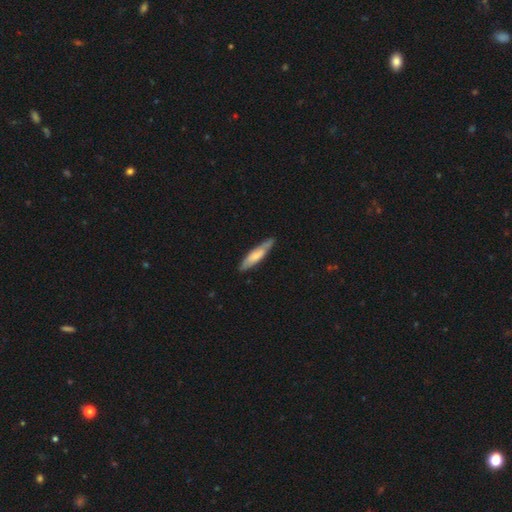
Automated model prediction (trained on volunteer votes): Smooth or featured? Predicted: smooth (p=0.61). How rounded? Predicted: cigar-shaped (p=0.81). Merging? Predicted: none (p=0.81).